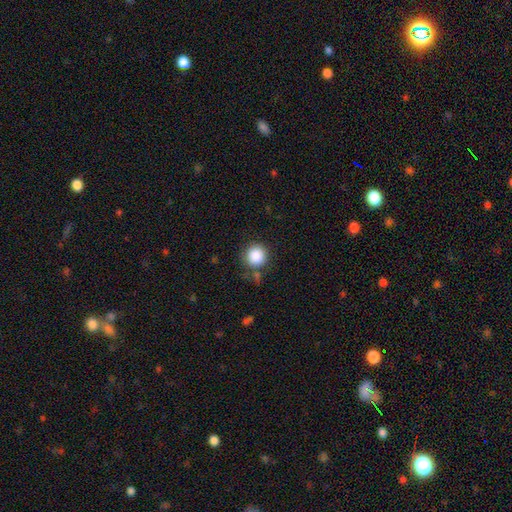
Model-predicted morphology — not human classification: This is clearly a smooth galaxy (87%). How rounded: clearly round (94%). Merging: likely none (79%).